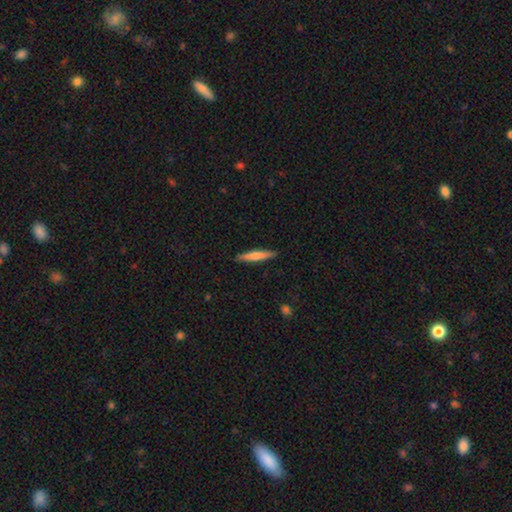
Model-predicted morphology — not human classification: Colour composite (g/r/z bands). It shows a smooth galaxy with no disk features (69%) that is cigar-shaped (92%). Merging: none (91%).